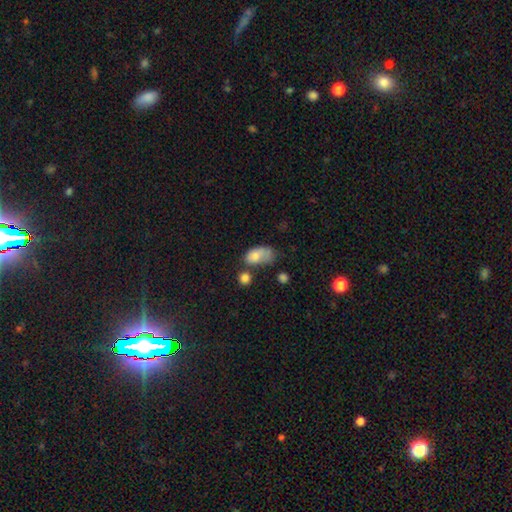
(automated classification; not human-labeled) Q: Smooth or featured?
A: smooth (73%); runner-up: featured or disk (18%)
Q: How rounded?
A: in between (85%); runner-up: round (13%)
Q: Merging?
A: minor disturbance (28%); runner-up: major disturbance (27%)